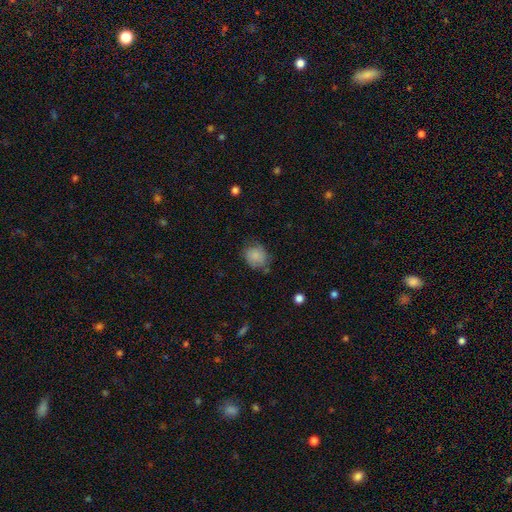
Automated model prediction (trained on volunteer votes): smooth_or_featured: smooth (p=0.82) [alt: featured or disk p=0.10]
how_rounded: round (p=0.63) [alt: in between p=0.36]
merging: none (p=0.65) [alt: minor disturbance p=0.25]